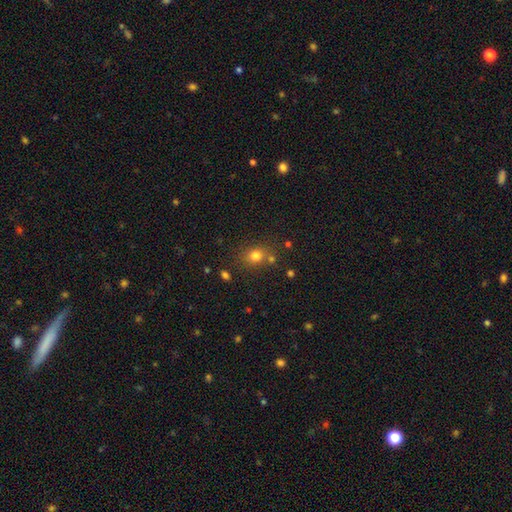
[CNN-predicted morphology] smooth-or-featured: smooth: 77% | star or artifact: 15% | featured or disk: 7%
  how-rounded: round: 67% | in between: 32% | cigar-shaped: 1%
  merging: none: 71% | merger: 12% | minor disturbance: 12% | major disturbance: 4%